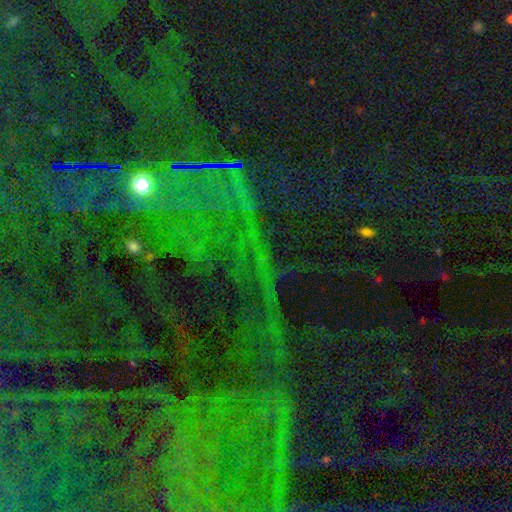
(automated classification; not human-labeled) Overall: star or artifact (85%).